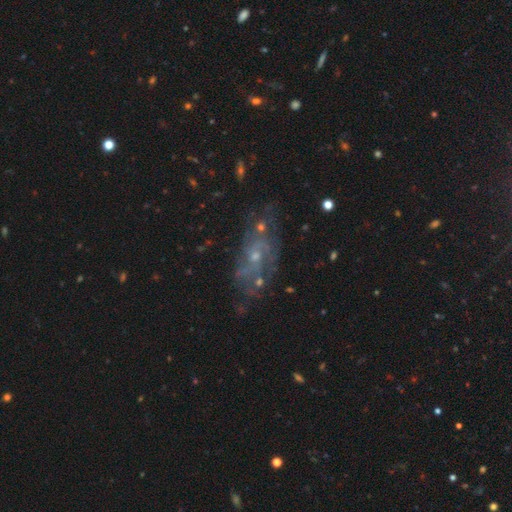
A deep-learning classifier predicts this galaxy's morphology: A featured or disk galaxy (71%) with no bar (72%), spiral arms (73%) and a small central bulge (64%).

Vote fractions:
- Smooth or featured? featured or disk: 71% / smooth: 16% / star or artifact: 13%
- Edge-on disk? no: 92% / yes: 8%
- Bar? no: 72% / weak: 24% / strong: 4%
- Spiral arms? yes: 73% / no: 27%
- Bulge size? small: 64% / moderate: 28% / none: 5% / large: 2% / dominant: 1%
- Merging? none: 57% / minor disturbance: 20% / major disturbance: 14% / merger: 8%